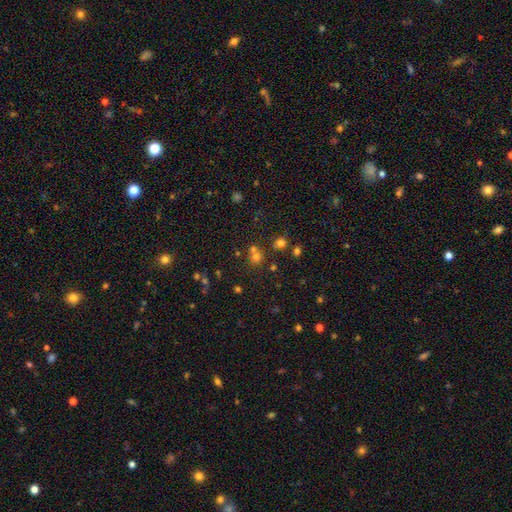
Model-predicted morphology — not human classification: type=smooth (63%); roundness=round (82%); merging=none (54%).